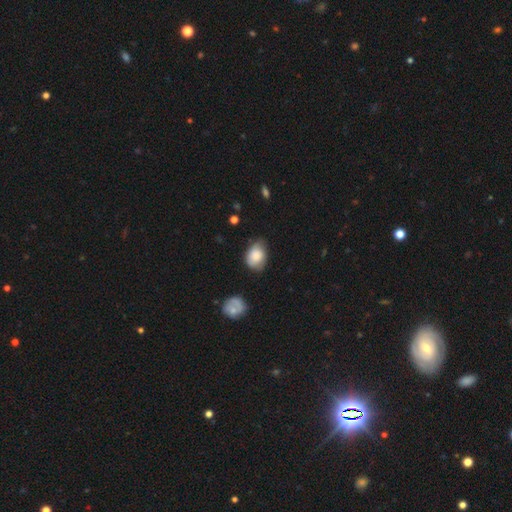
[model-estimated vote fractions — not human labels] A smooth galaxy with no disk features (80%) that is in between round and cigar-shaped (71%). Merging: none (52%).